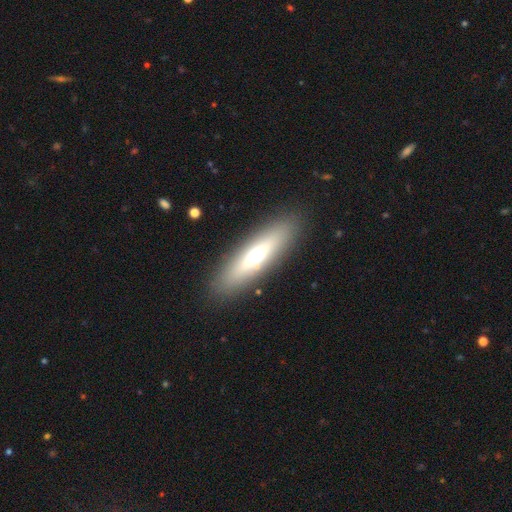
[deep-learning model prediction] A smooth galaxy with no disk features (50%) that is cigar-shaped (68%). Merging: none (89%).